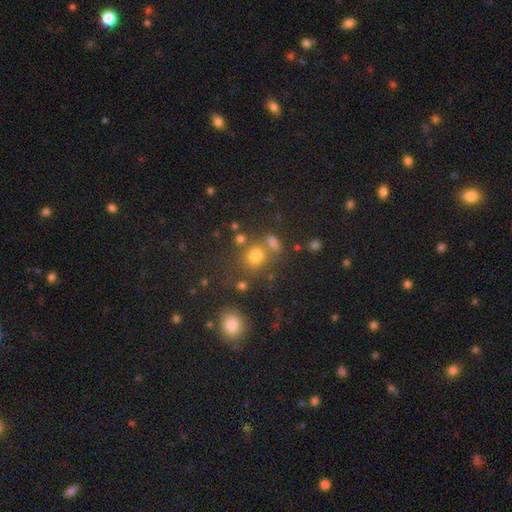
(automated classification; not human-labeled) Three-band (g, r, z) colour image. It shows a smooth galaxy with no disk features (73%) that is round (77%). Merging: none (65%).